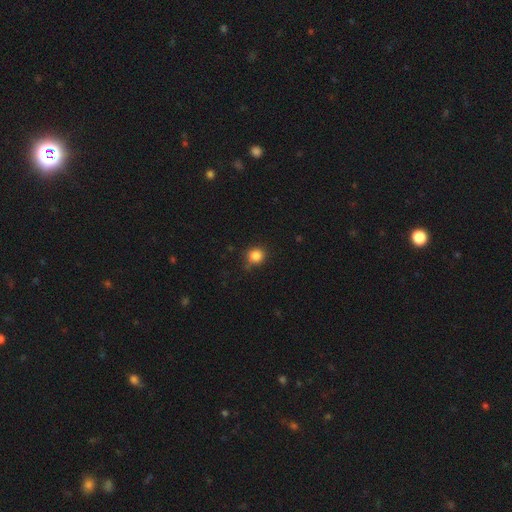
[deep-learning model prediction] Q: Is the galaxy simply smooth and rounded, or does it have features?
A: smooth — 84%.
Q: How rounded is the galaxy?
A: round — 90%.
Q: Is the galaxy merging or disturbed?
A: none — 77%.